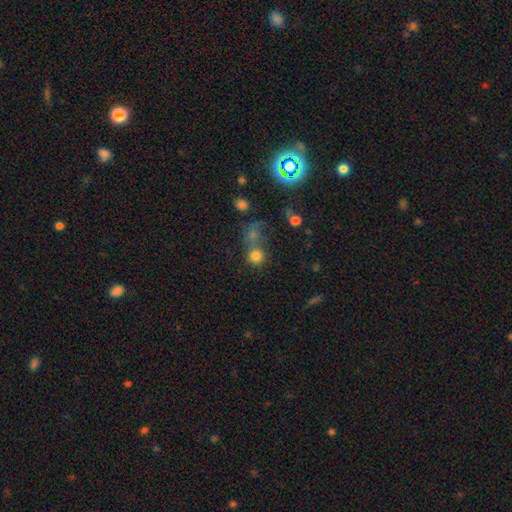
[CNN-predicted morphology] smooth_or_featured: smooth (p=0.77) [alt: star or artifact p=0.15]
how_rounded: round (p=0.87) [alt: in between p=0.12]
merging: none (p=0.50) [alt: merger p=0.35]